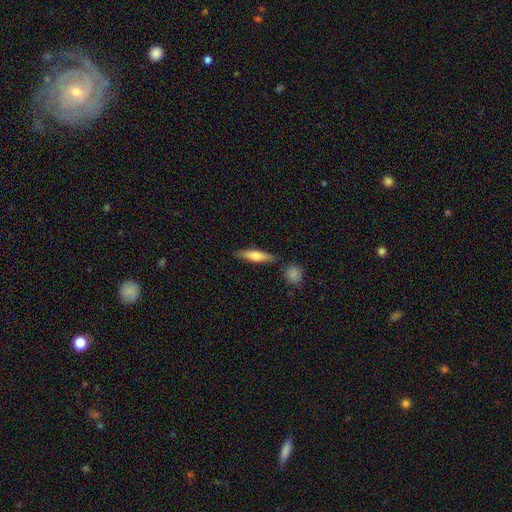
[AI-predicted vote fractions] Smooth or featured?
  - smooth: 65% *
  - featured or disk: 30%
  - star or artifact: 6%
How rounded?
  - cigar-shaped: 73% *
  - in between: 25%
  - round: 2%
Merging?
  - none: 80% *
  - minor disturbance: 11%
  - merger: 6%
  - major disturbance: 3%